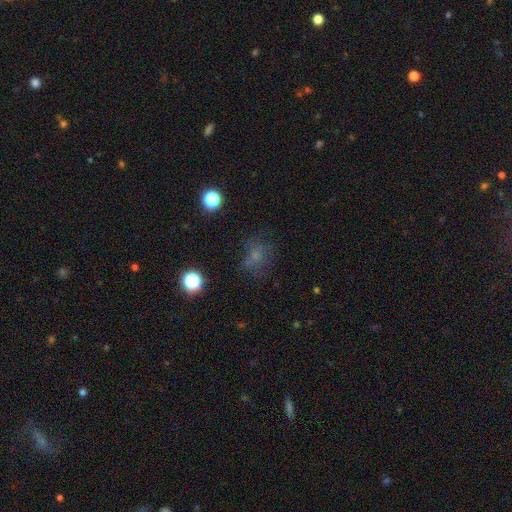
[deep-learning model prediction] Overall: smooth (50%; star or artifact 27%). How rounded: round (66%; in between 32%). Merging: none (57%; minor disturbance 20%).